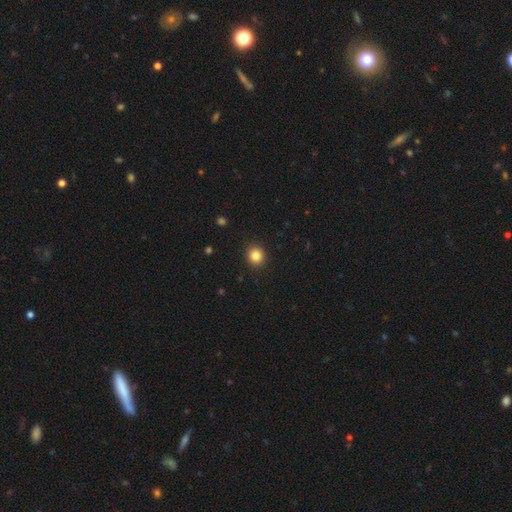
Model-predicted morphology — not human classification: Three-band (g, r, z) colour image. It shows a smooth galaxy with no disk features (84%) that is round (86%). Merging: none (91%).